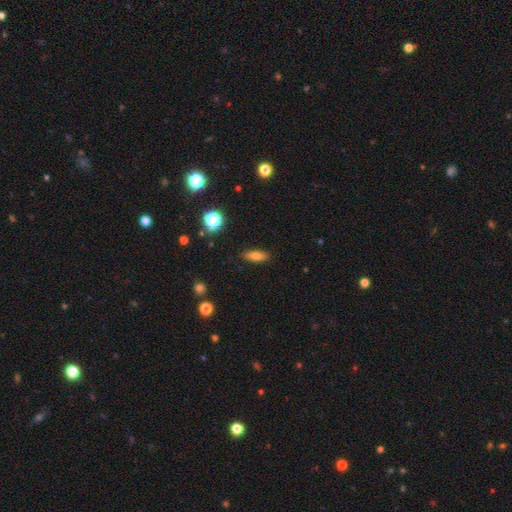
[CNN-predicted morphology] type=smooth (75%); roundness=in between (59%); merging=none (88%).